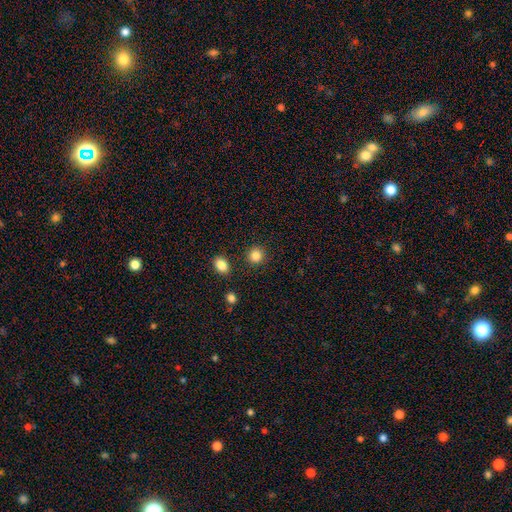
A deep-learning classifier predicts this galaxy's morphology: Overall: smooth (86%). How rounded: round (90%). Merging: none (88%).